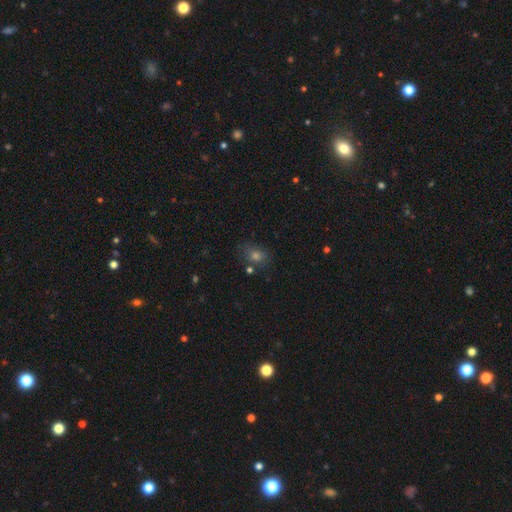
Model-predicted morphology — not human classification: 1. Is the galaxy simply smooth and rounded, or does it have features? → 65% smooth, 25% star or artifact, 10% featured or disk.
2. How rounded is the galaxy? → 51% round, 47% in between, 1% cigar-shaped.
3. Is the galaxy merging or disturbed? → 75% none, 15% minor disturbance, 6% merger, 5% major disturbance.